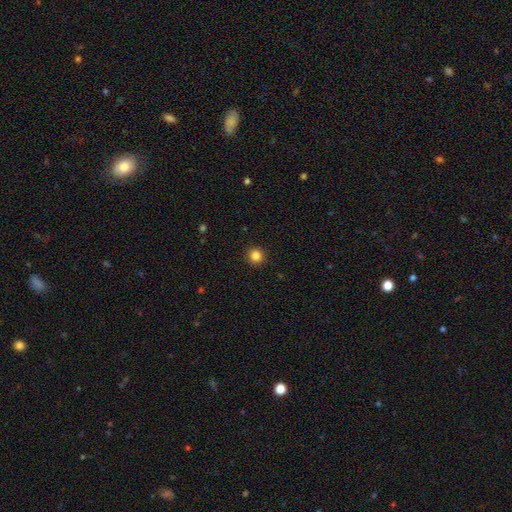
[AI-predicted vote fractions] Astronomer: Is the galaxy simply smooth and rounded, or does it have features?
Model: smooth — 85%.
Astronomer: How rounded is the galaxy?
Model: round — 95%.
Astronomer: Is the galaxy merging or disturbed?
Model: none — 93%.